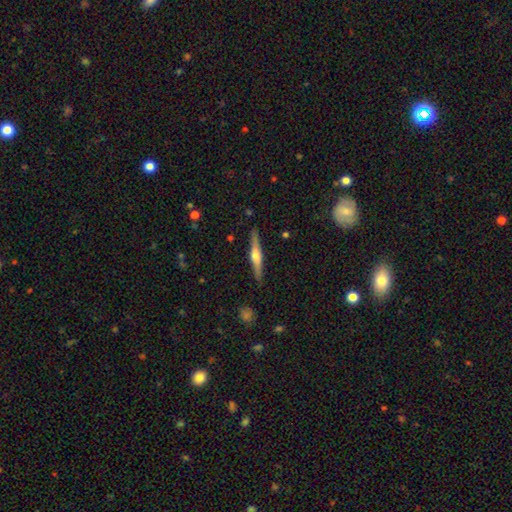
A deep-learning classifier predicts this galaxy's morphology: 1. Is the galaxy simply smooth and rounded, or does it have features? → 70% featured or disk, 25% smooth, 6% star or artifact.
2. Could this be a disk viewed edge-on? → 98% yes, 2% no.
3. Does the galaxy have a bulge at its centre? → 88% rounded, 8% boxy, 4% none.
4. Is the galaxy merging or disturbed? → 89% none, 8% minor disturbance, 2% major disturbance, 1% merger.